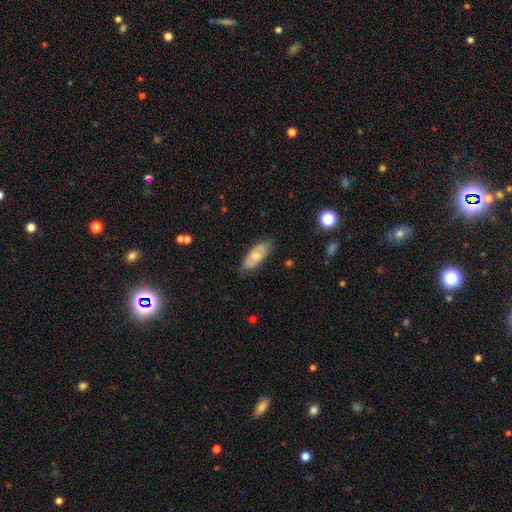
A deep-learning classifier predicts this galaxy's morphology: Overall: smooth (69%). How rounded: in between (79%). Merging: none (75%).